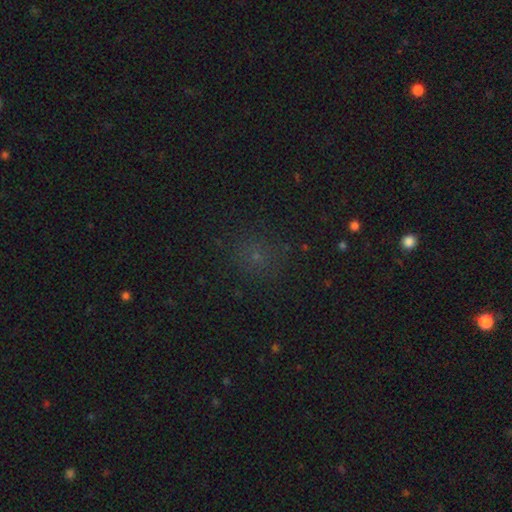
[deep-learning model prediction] A smooth galaxy with no disk features (53%) that is round (84%).

Vote fractions:
- Smooth or featured? smooth: 53% / star or artifact: 38% / featured or disk: 9%
- How rounded? round: 84% / in between: 15% / cigar-shaped: 1%
- Merging? none: 82% / minor disturbance: 11% / major disturbance: 5% / merger: 2%